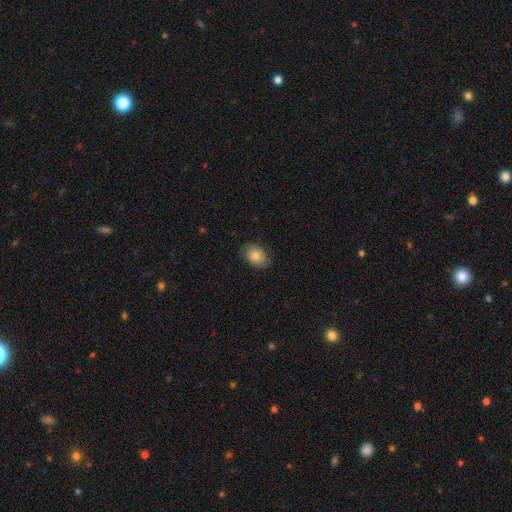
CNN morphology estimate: smooth-or-featured: smooth: 80% | featured or disk: 13% | star or artifact: 8%
  how-rounded: in between: 73% | round: 26% | cigar-shaped: 1%
  merging: none: 80% | minor disturbance: 16% | major disturbance: 3% | merger: 1%